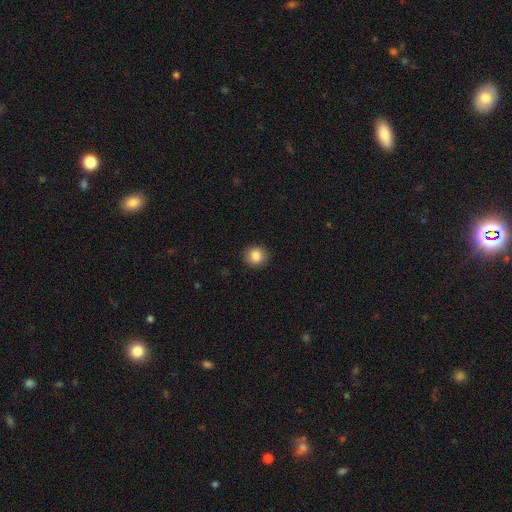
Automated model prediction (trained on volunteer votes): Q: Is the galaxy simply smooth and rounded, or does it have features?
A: smooth — 86%.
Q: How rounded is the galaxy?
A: round — 86%.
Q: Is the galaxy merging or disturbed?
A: none — 91%.